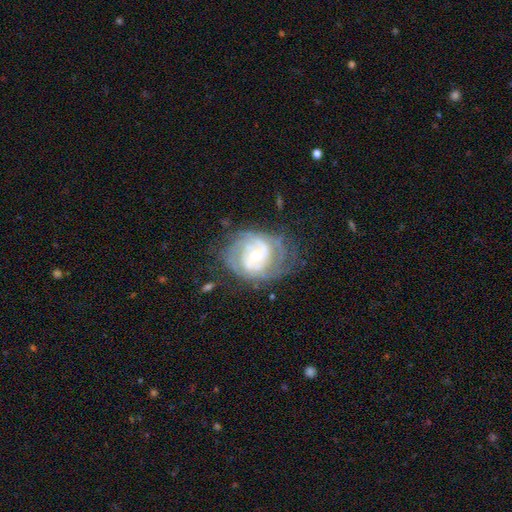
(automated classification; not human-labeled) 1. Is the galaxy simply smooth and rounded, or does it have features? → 83% featured or disk, 11% smooth, 6% star or artifact.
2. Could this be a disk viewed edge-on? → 97% no, 3% yes.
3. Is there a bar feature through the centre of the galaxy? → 58% no, 33% weak, 9% strong.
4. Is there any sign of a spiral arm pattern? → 90% yes, 10% no.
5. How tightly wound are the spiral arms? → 64% tight, 28% medium, 8% loose.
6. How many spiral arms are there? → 37% can't tell, 34% 2, 14% 3, 6% 4, 5% 1, 4% more than 4.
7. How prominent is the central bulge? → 50% moderate, 43% small, 4% large, 1% none, 1% dominant.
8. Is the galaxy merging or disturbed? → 64% none, 21% minor disturbance, 13% major disturbance, 2% merger.